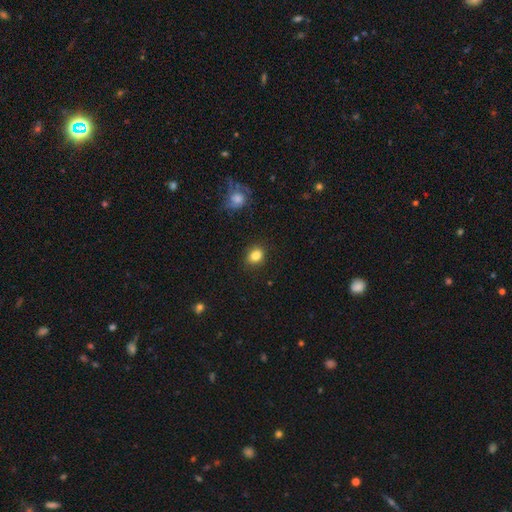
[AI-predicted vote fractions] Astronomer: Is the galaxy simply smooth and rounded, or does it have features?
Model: smooth — 83%.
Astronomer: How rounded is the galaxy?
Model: round — 55% (runner-up: in between, 44%).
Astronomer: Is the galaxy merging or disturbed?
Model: none — 86%.